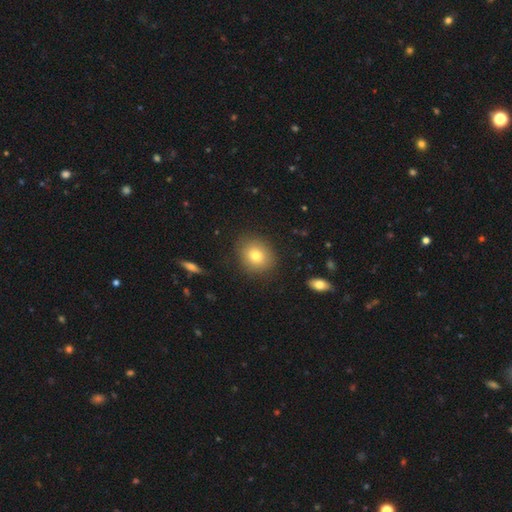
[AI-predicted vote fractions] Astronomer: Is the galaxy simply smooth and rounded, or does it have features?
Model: smooth — 77%.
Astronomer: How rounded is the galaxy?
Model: round — 72%.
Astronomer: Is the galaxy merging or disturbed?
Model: none — 86%.